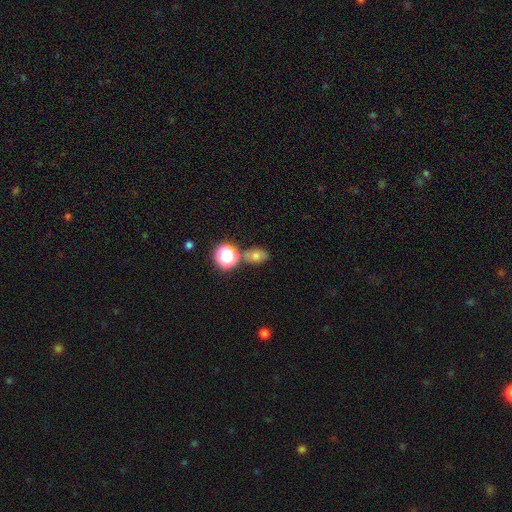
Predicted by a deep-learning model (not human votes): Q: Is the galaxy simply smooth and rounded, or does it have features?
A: smooth — 67%.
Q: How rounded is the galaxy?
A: in between — 61%.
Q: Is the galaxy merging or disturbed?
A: none — 66%.